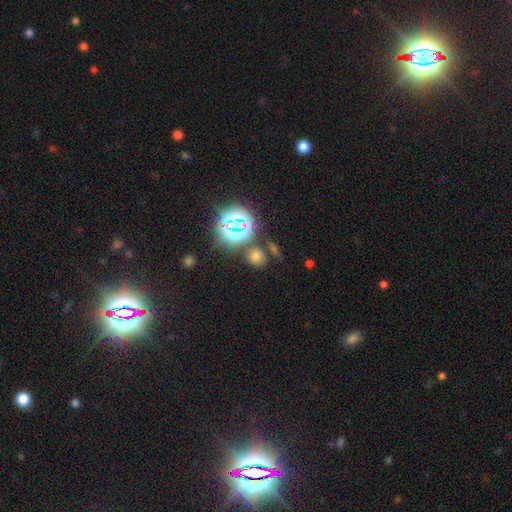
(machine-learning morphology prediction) smooth_or_featured: smooth (p=0.61) [alt: star or artifact p=0.32]
how_rounded: round (p=0.69) [alt: in between p=0.29]
merging: none (p=0.75) [alt: merger p=0.11]